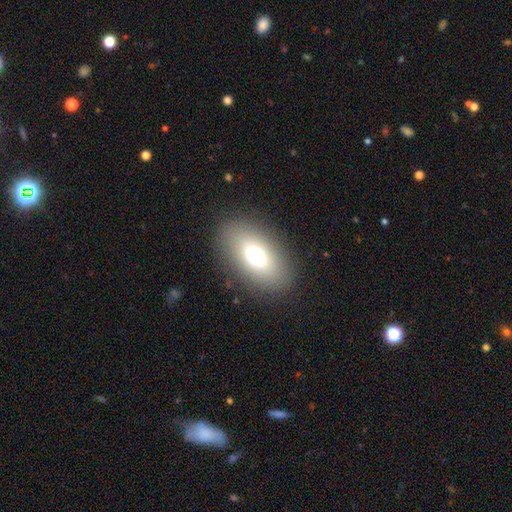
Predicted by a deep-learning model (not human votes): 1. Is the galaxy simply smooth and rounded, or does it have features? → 66% smooth, 20% featured or disk, 14% star or artifact.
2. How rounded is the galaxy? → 85% in between, 13% round, 3% cigar-shaped.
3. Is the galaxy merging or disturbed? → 85% none, 8% minor disturbance, 5% major disturbance, 1% merger.